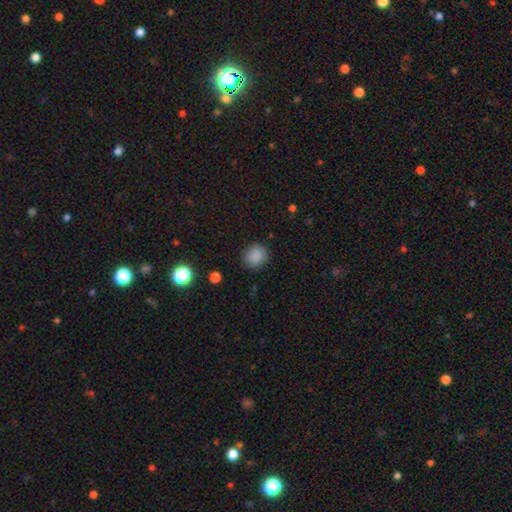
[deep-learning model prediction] Overall: smooth (86%). How rounded: round (84%). Merging: none (88%).